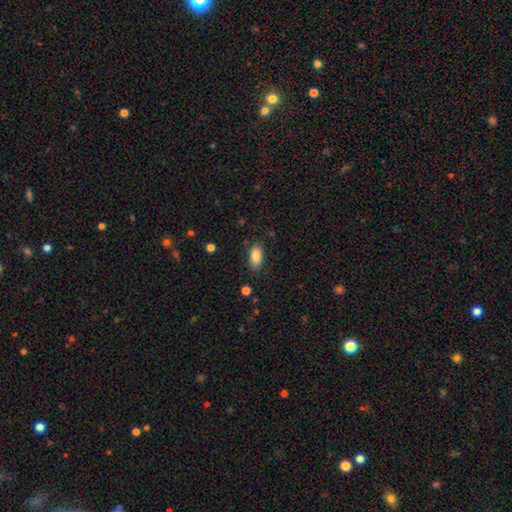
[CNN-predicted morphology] smooth 87%, star or artifact 8%, featured or disk 5%. Down the decision tree: how rounded — in between (91%); merging — none (81%).